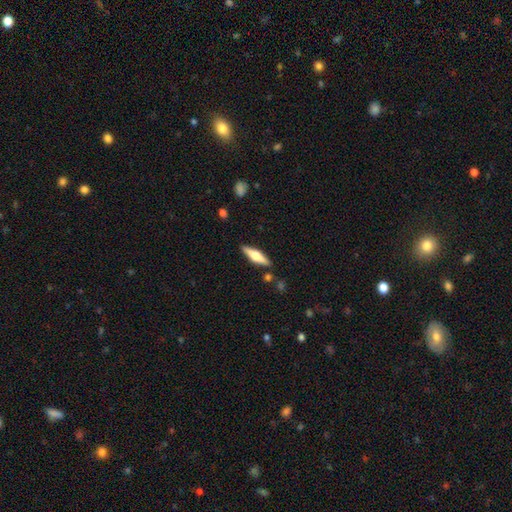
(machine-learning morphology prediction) This is possibly a featured or disk galaxy (57%). It is clearly viewed edge-on (96%). Edge-on bulge: clearly rounded (91%). Merging: clearly none (87%).